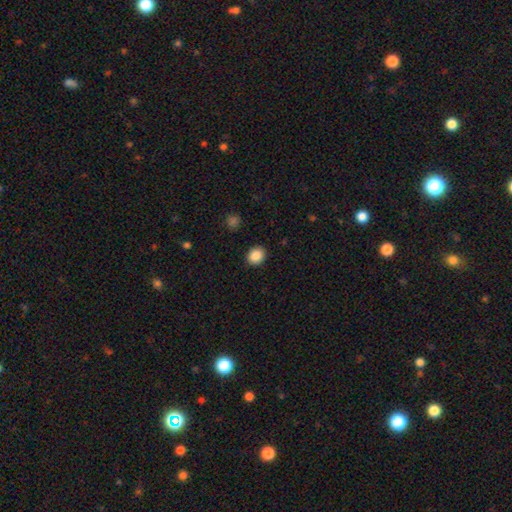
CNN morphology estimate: type=smooth (87%); roundness=round (68%); merging=none (90%).